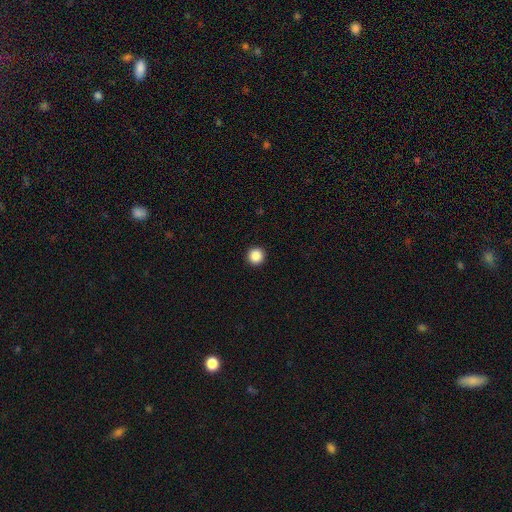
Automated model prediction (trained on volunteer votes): Smooth or featured? smooth (87%)
How rounded? round (96%)
Merging? none (94%)